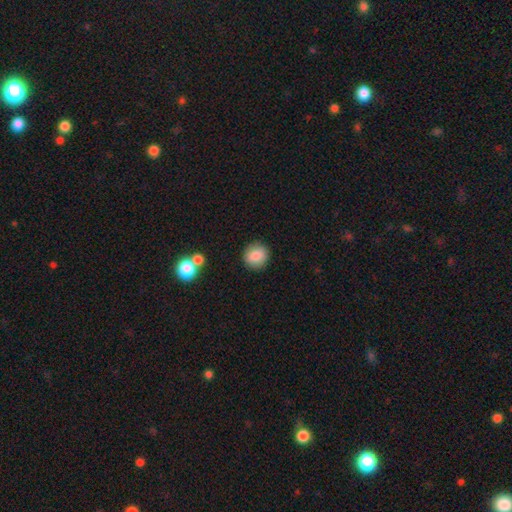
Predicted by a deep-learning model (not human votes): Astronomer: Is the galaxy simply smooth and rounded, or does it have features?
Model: smooth — 83%.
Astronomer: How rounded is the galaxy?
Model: round — 88%.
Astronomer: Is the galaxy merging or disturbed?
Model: none — 87%.